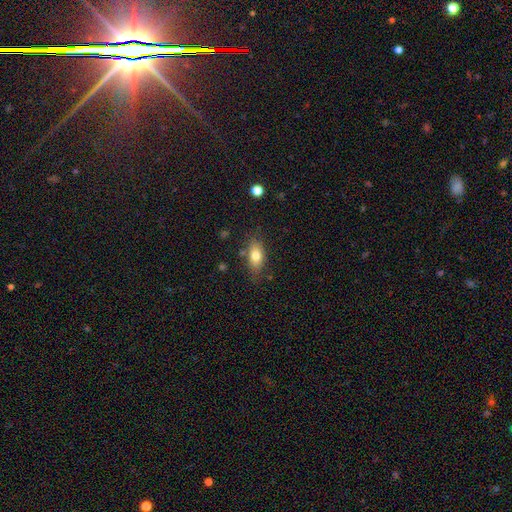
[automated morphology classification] Smooth or featured? smooth (76%)
How rounded? in between (84%)
Merging? none (75%)